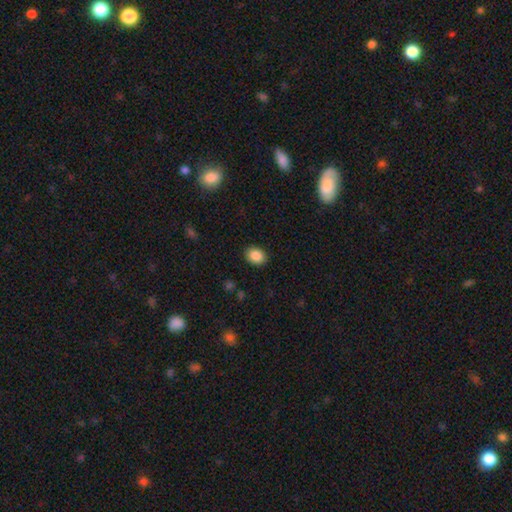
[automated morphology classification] smooth 87%, star or artifact 9%, featured or disk 4%. Down the decision tree: how rounded — in between (60%); merging — none (89%).